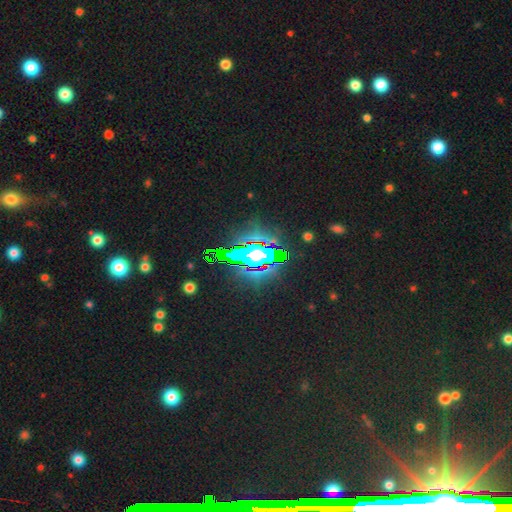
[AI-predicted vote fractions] A star or artifact, not a galaxy (73%).

Vote fractions:
- Smooth or featured? star or artifact: 73% / smooth: 14% / featured or disk: 14%